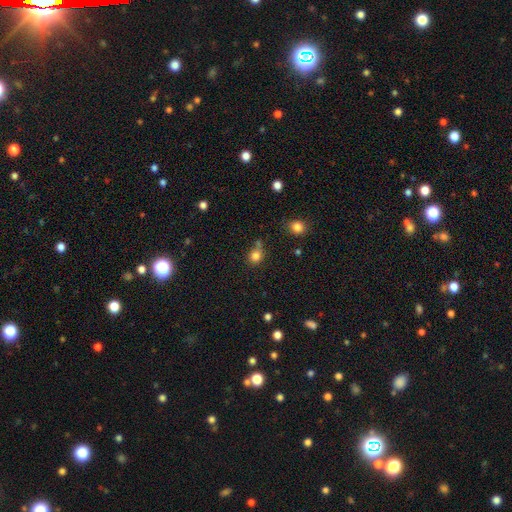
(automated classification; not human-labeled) This is clearly a smooth galaxy (81%). How rounded: likely round (76%). Merging: possibly none (59%).